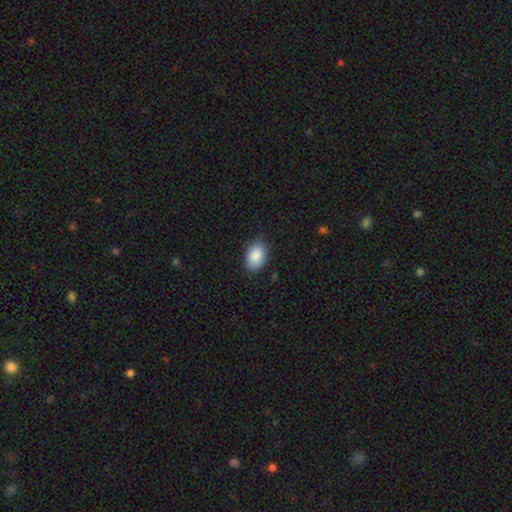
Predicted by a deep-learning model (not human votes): This is clearly a smooth galaxy (89%). How rounded: clearly in between (89%). Merging: clearly none (82%).